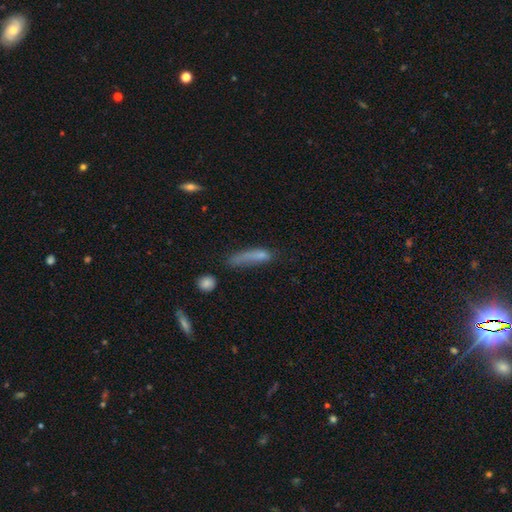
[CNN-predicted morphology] Smooth or featured: smooth — 67% (featured or disk — 21%)
How rounded: cigar-shaped — 76% (in between — 22%)
Merging: none — 39% (minor disturbance — 27%)